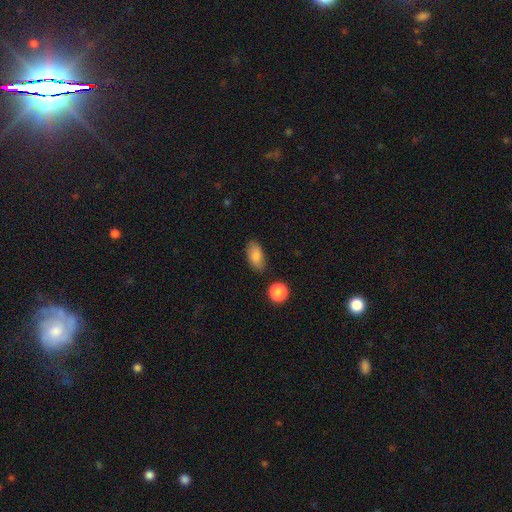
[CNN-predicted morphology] This appears to be a smooth galaxy with no disk features (84%) that is in between round and cigar-shaped (90%). Merging: none (81%).